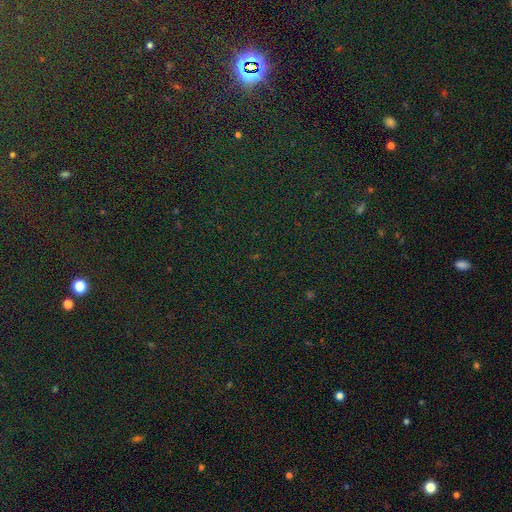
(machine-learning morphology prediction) smooth-or-featured: star or artifact: 81% | smooth: 11% | featured or disk: 8%